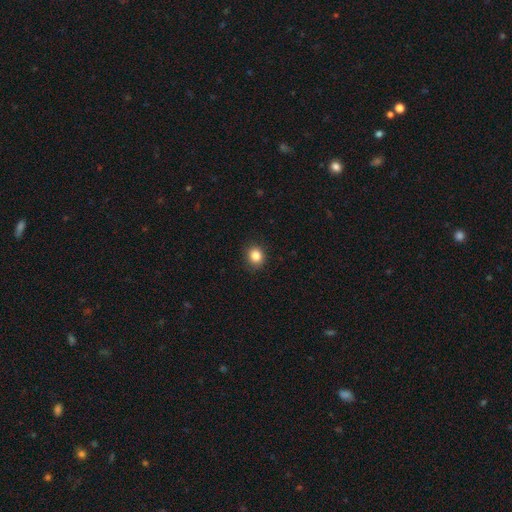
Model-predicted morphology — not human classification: Smooth or featured?
  - smooth: 85% *
  - star or artifact: 11%
  - featured or disk: 4%
How rounded?
  - round: 79% *
  - in between: 20%
  - cigar-shaped: 1%
Merging?
  - none: 88% *
  - minor disturbance: 9%
  - major disturbance: 2%
  - merger: 1%